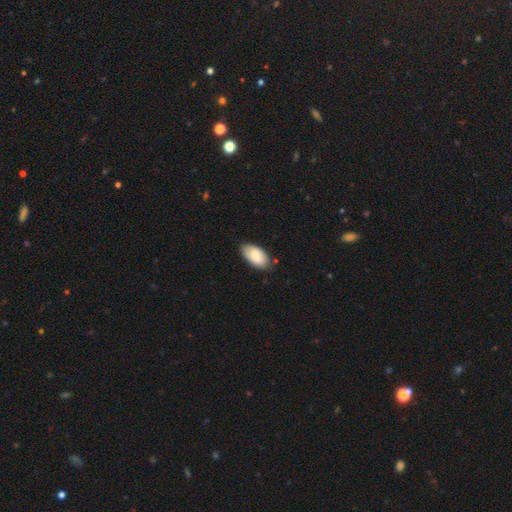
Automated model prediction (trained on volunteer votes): Morphology: type=smooth (82%); roundness=in between (95%); merging=none (77%).